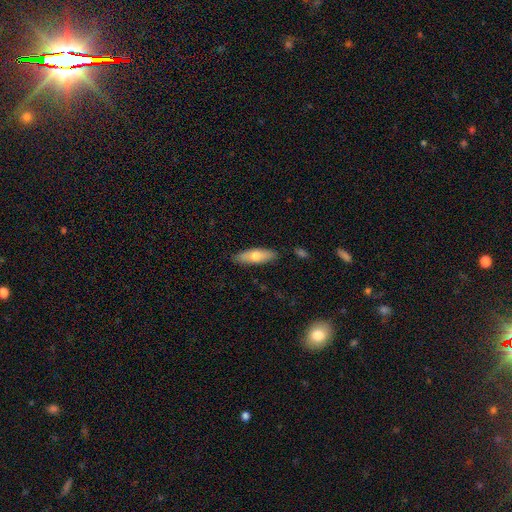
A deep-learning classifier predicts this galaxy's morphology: The model was most divided on "how rounded": in between: 52%, cigar-shaped: 46%, round: 2%. More confident: merging — none (86%); smooth or featured — smooth (67%).